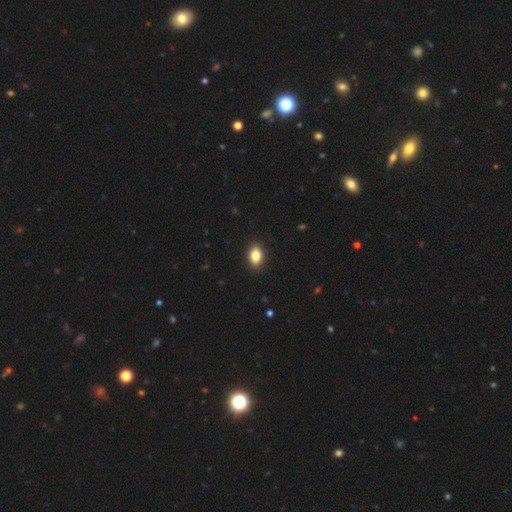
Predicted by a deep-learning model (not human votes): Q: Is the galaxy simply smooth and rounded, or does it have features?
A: smooth — 81%.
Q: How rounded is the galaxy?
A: in between — 84%.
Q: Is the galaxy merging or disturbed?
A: none — 89%.